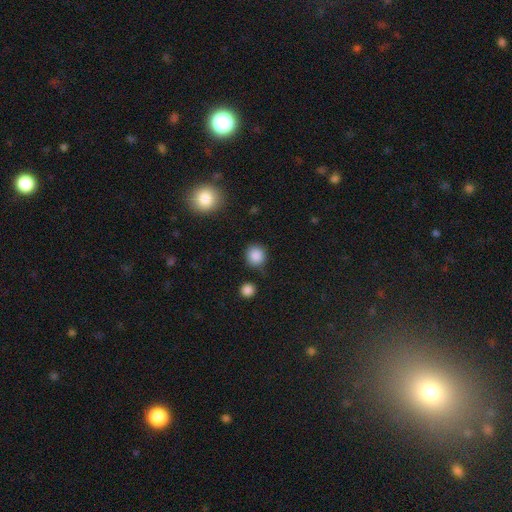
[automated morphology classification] smooth 87%, star or artifact 10%, featured or disk 3%. Down the decision tree: how rounded — round (88%); merging — none (79%).